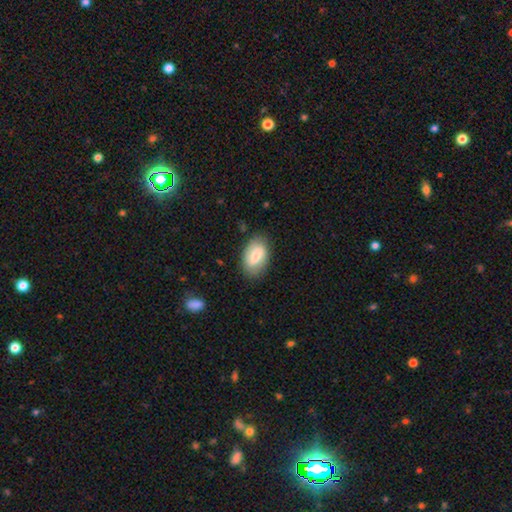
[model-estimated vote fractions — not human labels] Q: Smooth or featured?
A: smooth (61%); runner-up: featured or disk (32%)
Q: How rounded?
A: in between (92%); runner-up: round (6%)
Q: Merging?
A: none (81%); runner-up: minor disturbance (14%)